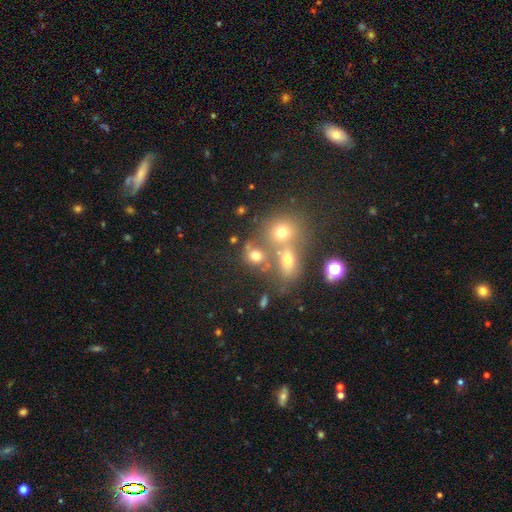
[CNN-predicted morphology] smooth 67%, star or artifact 20%, featured or disk 13%. Down the decision tree: how rounded — round (67%); merging — none (47%).